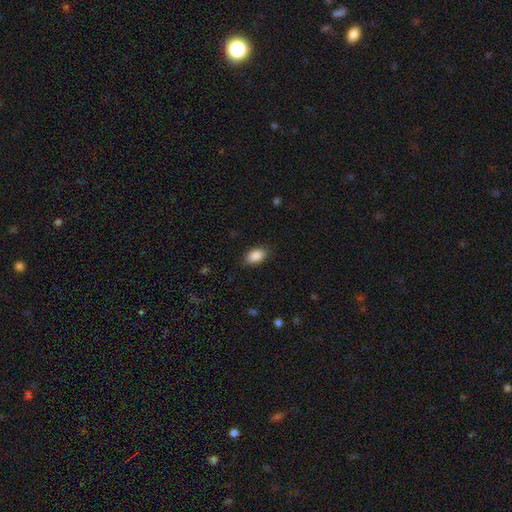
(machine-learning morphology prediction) The model was most divided on "merging": none: 85%, minor disturbance: 11%, major disturbance: 3%, merger: 1%. More confident: how rounded — in between (92%); smooth or featured — smooth (89%).